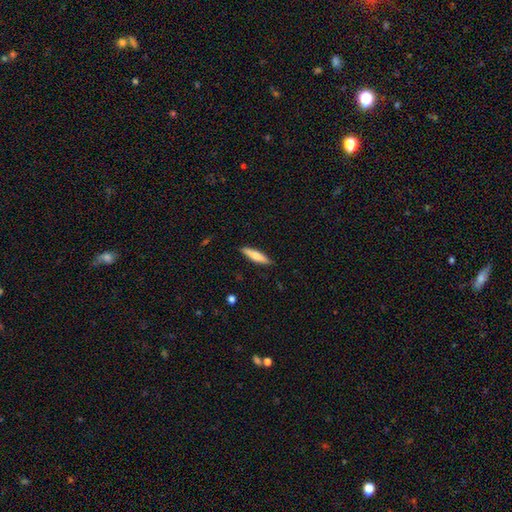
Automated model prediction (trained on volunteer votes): smooth 68%, featured or disk 26%, star or artifact 6%. Down the decision tree: how rounded — cigar-shaped (79%); merging — none (89%).